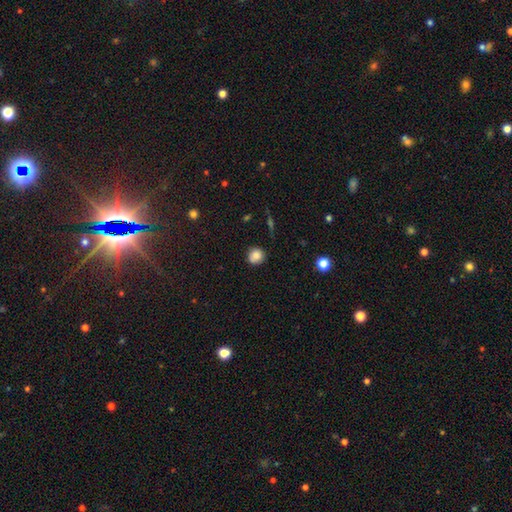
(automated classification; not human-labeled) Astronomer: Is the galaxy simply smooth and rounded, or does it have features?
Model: smooth — 84%.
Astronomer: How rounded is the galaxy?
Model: round — 89%.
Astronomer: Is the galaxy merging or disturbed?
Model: none — 80%.